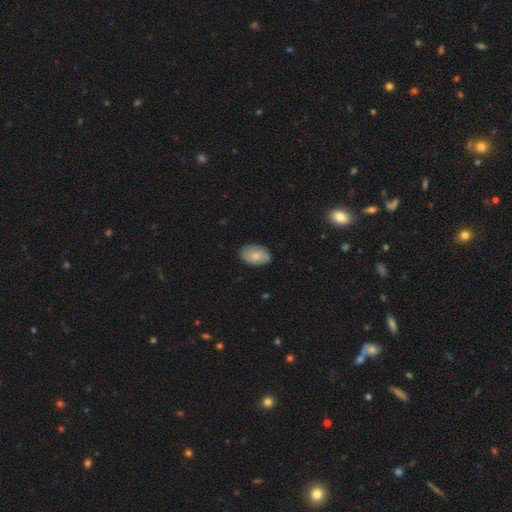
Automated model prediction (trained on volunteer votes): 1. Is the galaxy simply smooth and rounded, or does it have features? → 70% smooth, 24% featured or disk, 7% star or artifact.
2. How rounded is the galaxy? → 89% in between, 9% round, 1% cigar-shaped.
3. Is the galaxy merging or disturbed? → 79% none, 17% minor disturbance, 3% major disturbance, 1% merger.